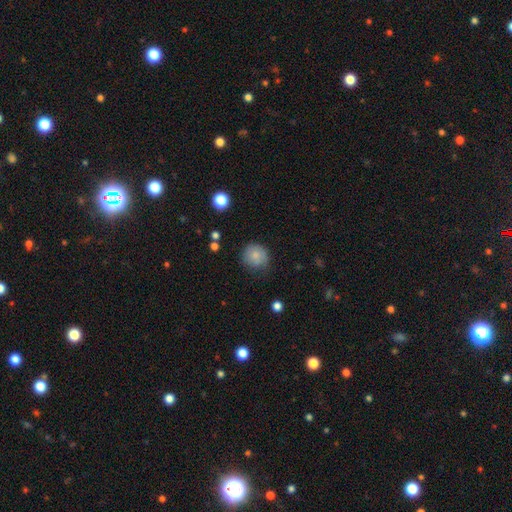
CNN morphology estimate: Smooth or featured: smooth — 80% (featured or disk — 11%)
How rounded: round — 89% (in between — 10%)
Merging: none — 69% (minor disturbance — 23%)